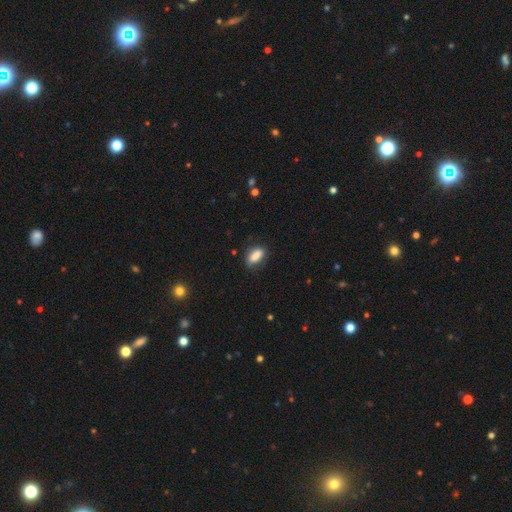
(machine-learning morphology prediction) Q: Smooth or featured?
A: smooth (86%); runner-up: star or artifact (8%)
Q: How rounded?
A: in between (83%); runner-up: cigar-shaped (12%)
Q: Merging?
A: none (78%); runner-up: minor disturbance (17%)